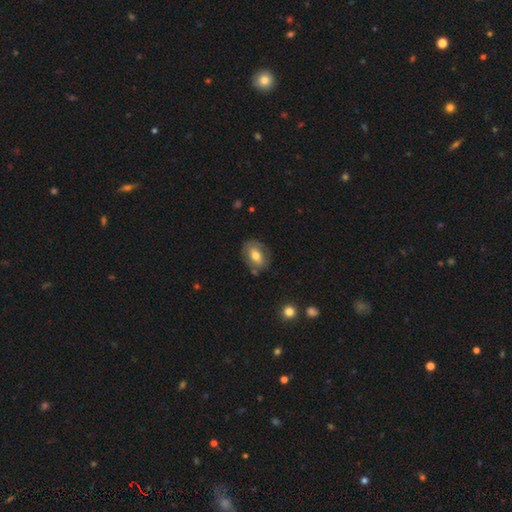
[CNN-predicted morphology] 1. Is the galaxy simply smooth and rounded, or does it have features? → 61% smooth, 32% featured or disk, 8% star or artifact.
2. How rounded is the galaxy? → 74% in between, 24% round, 2% cigar-shaped.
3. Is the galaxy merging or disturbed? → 74% none, 18% minor disturbance, 5% major disturbance, 3% merger.